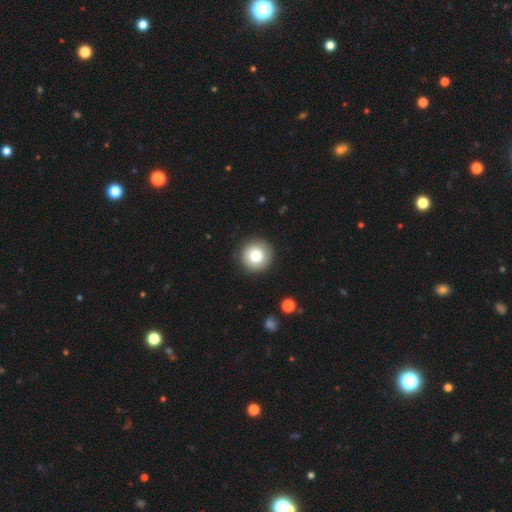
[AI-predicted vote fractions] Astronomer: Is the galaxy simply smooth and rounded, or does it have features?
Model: smooth — 80%.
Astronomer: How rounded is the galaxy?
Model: round — 96%.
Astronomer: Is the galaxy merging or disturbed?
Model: none — 90%.